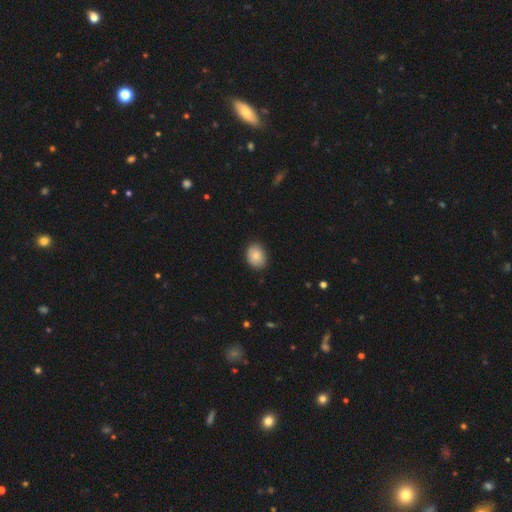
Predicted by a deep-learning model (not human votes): A smooth galaxy with no disk features (85%) that is in between round and cigar-shaped (63%). Merging: none (85%).